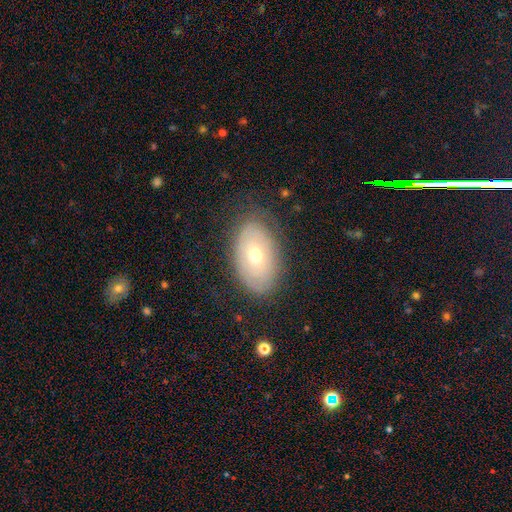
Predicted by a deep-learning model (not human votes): Smooth or featured? featured or disk (48%)
Merging? none (79%)